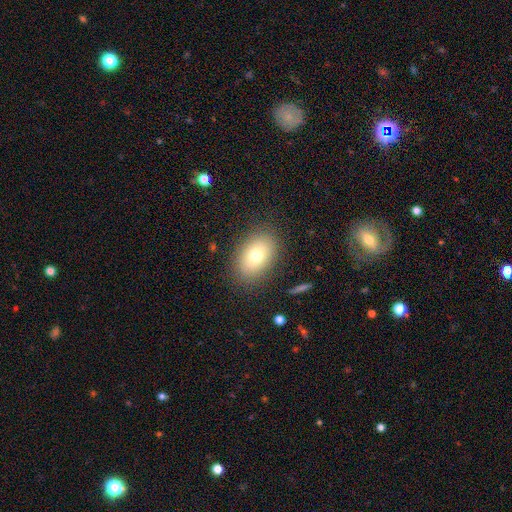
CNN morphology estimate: Smooth or featured: smooth — 76% (featured or disk — 15%)
How rounded: in between — 85% (round — 14%)
Merging: none — 84% (minor disturbance — 11%)